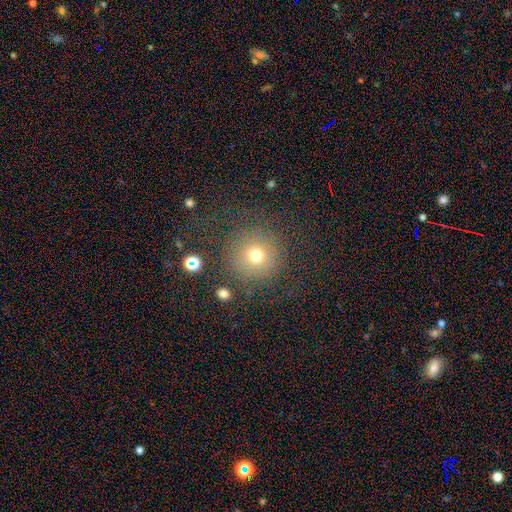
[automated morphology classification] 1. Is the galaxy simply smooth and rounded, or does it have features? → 69% smooth, 19% star or artifact, 12% featured or disk.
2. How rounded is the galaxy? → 94% round, 5% in between, 1% cigar-shaped.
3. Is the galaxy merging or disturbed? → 81% none, 9% minor disturbance, 7% major disturbance, 2% merger.